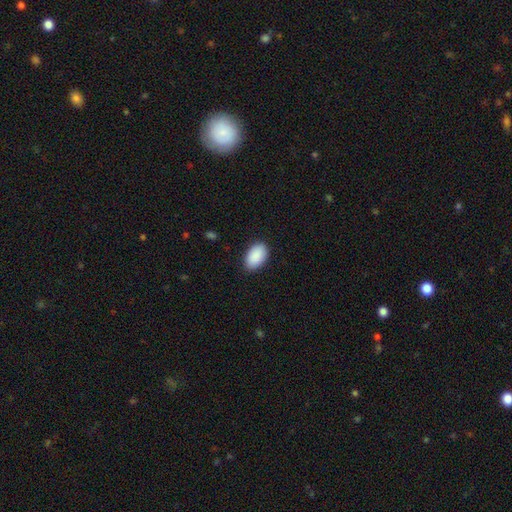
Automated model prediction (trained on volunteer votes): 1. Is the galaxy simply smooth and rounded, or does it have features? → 91% smooth, 6% star or artifact, 3% featured or disk.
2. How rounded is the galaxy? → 94% in between, 5% round, 1% cigar-shaped.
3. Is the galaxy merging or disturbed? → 86% none, 11% minor disturbance, 2% major disturbance, 1% merger.